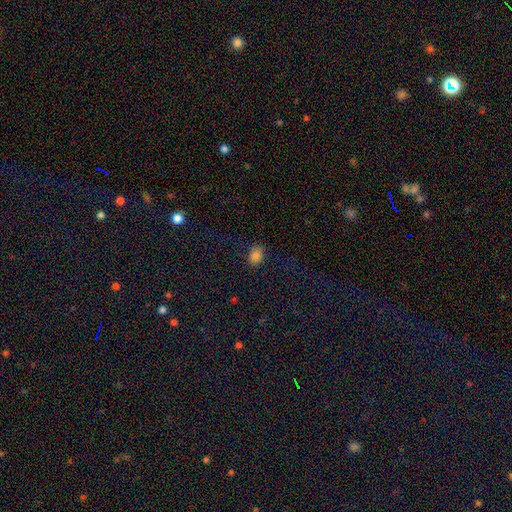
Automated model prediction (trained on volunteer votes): smooth 84%, star or artifact 12%, featured or disk 5%. Down the decision tree: how rounded — in between (70%); merging — none (85%).